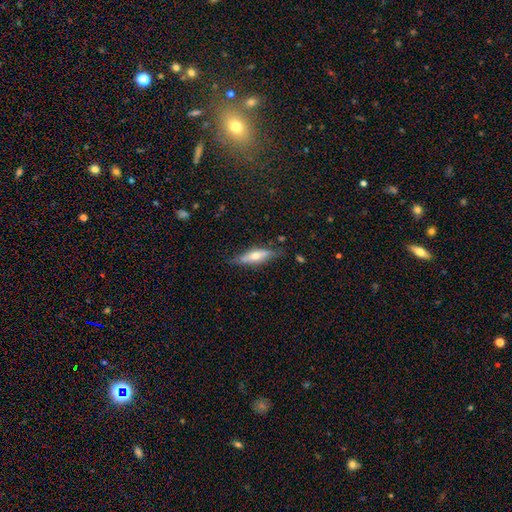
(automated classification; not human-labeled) Smooth or featured: featured or disk — 49% (smooth — 44%)
Merging: none — 75% (minor disturbance — 19%)